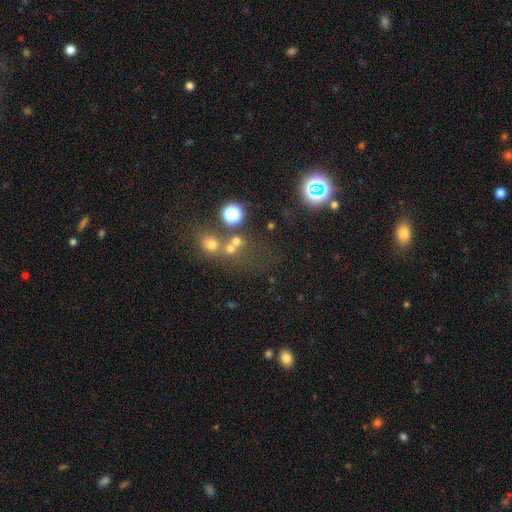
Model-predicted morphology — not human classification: This appears to be a star or artifact, not a galaxy (45%).